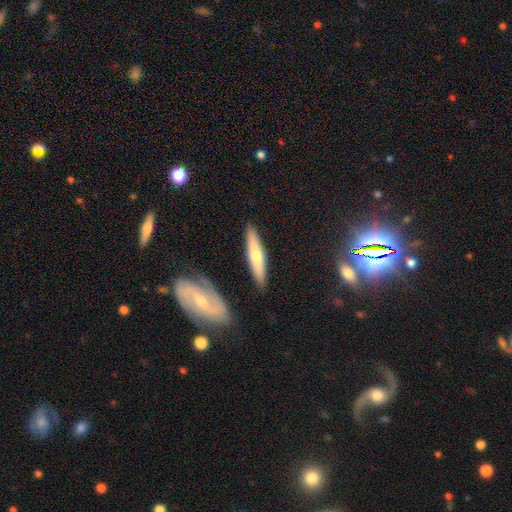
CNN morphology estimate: A smooth galaxy with no disk features (55%) that is cigar-shaped (85%). Merging: none (85%).